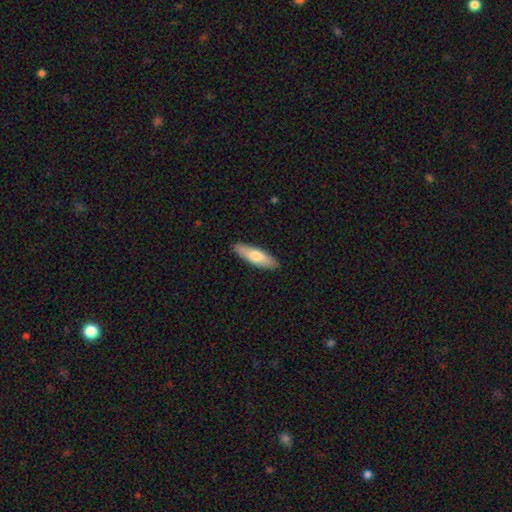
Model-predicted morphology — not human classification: smooth_or_featured: smooth (p=0.71) [alt: featured or disk p=0.24]
how_rounded: cigar-shaped (p=0.53) [alt: in between p=0.45]
merging: none (p=0.89) [alt: minor disturbance p=0.08]